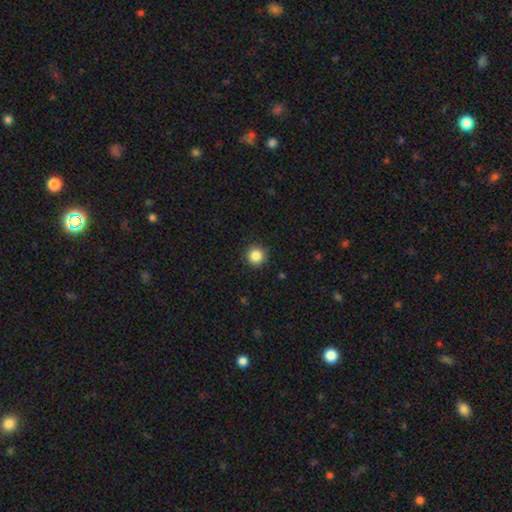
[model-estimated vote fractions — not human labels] This appears to be a smooth galaxy with no disk features (85%) that is round (96%). Merging: none (93%).